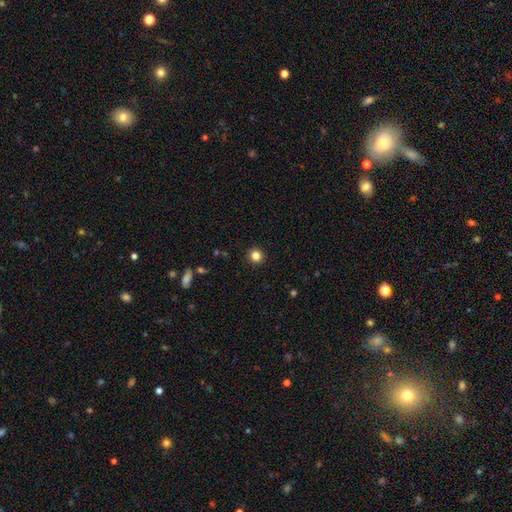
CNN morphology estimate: Smooth or featured: smooth — 83% (star or artifact — 13%)
How rounded: round — 93% (in between — 6%)
Merging: none — 92% (minor disturbance — 5%)